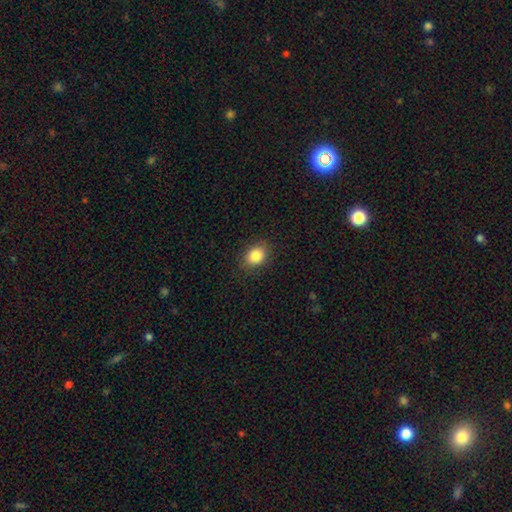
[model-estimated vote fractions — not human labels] Smooth or featured? smooth (85%)
How rounded? in between (55%)
Merging? none (87%)